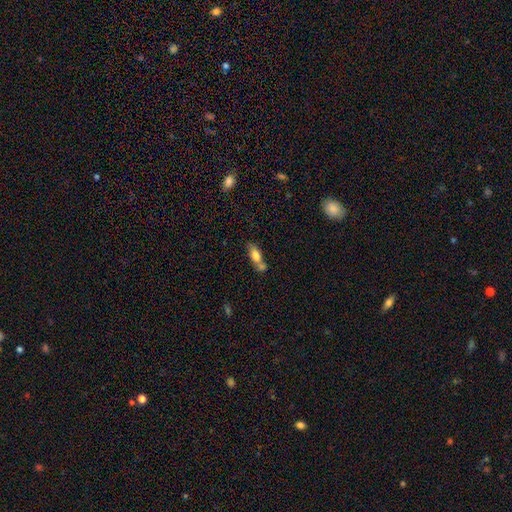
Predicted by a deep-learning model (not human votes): Smooth or featured? Predicted: smooth (p=0.74). How rounded? Predicted: in between (p=0.76). Merging? Predicted: merger (p=0.46).